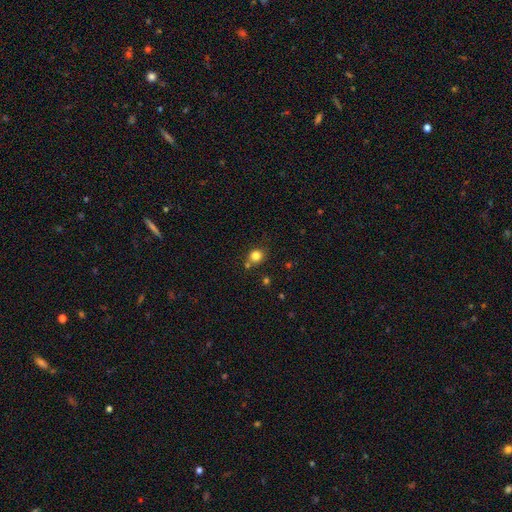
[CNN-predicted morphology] smooth-or-featured: smooth: 82% | star or artifact: 12% | featured or disk: 6%
  how-rounded: round: 80% | in between: 20% | cigar-shaped: 1%
  merging: none: 73% | minor disturbance: 12% | merger: 12% | major disturbance: 3%